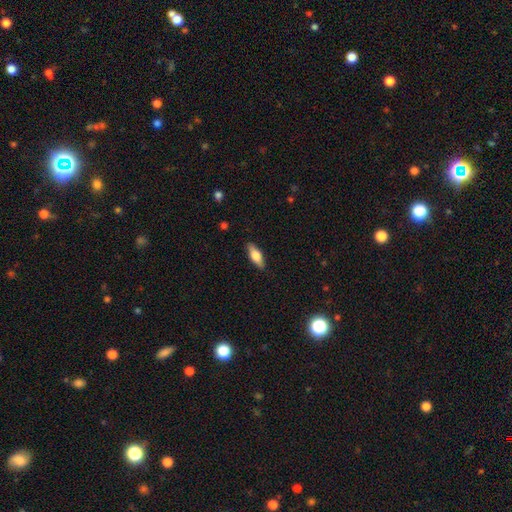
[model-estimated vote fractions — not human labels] Q: Smooth or featured?
A: smooth (64%); runner-up: featured or disk (30%)
Q: How rounded?
A: in between (62%); runner-up: cigar-shaped (35%)
Q: Merging?
A: none (88%); runner-up: minor disturbance (9%)